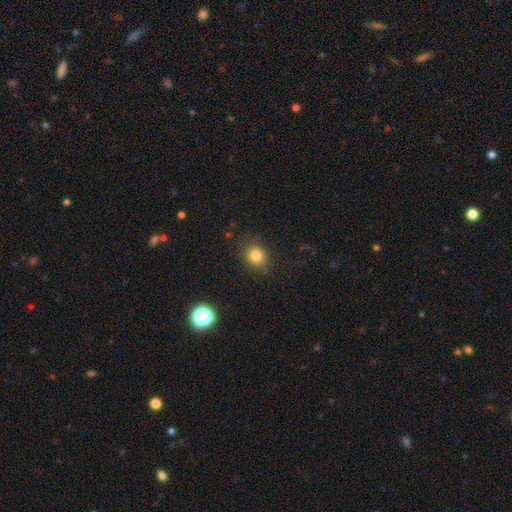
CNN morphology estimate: Smooth or featured? Predicted: smooth (p=0.81). How rounded? Predicted: round (p=0.69). Merging? Predicted: none (p=0.82).